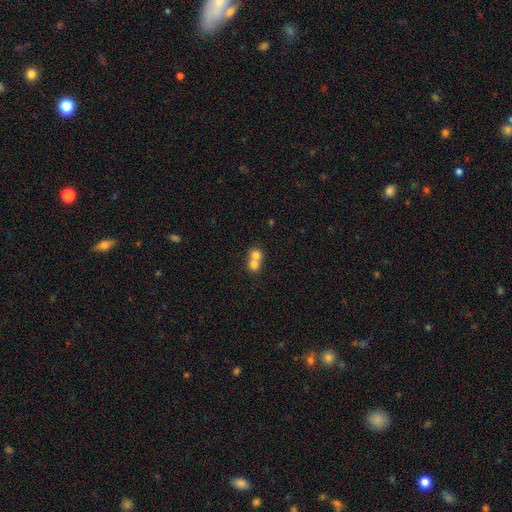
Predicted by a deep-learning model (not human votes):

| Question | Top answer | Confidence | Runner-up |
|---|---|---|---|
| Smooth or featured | smooth | 74% | featured or disk (17%) |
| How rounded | round | 77% | in between (22%) |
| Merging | merger | 70% | none (24%) |